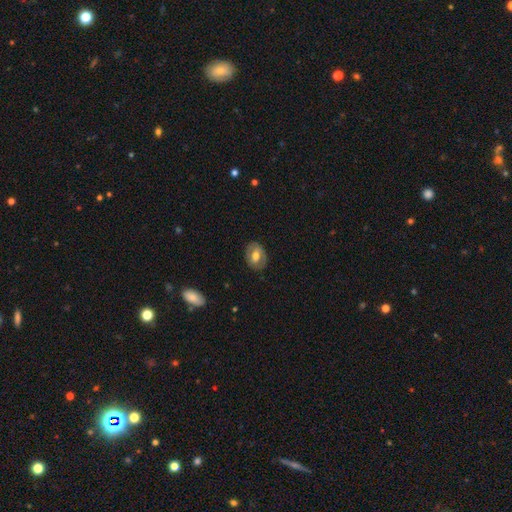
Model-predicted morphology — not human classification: This appears to be a smooth galaxy with no disk features (52%) that is in between round and cigar-shaped (70%). Merging: none (83%).